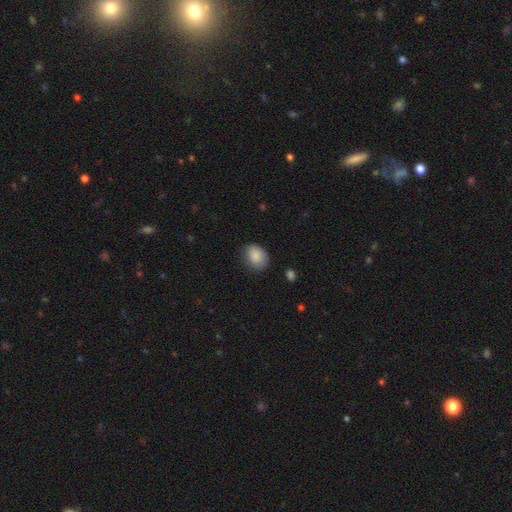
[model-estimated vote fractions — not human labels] Smooth or featured?
  - smooth: 87% *
  - star or artifact: 8%
  - featured or disk: 5%
How rounded?
  - in between: 62% *
  - round: 37%
  - cigar-shaped: 1%
Merging?
  - none: 75% *
  - minor disturbance: 20%
  - major disturbance: 4%
  - merger: 1%